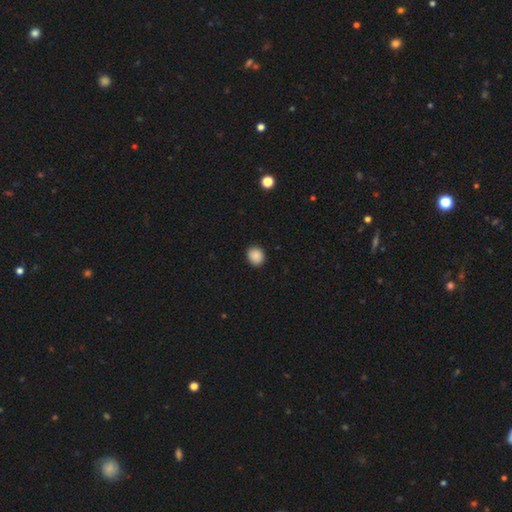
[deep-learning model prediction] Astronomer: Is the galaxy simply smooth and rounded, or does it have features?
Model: smooth — 88%.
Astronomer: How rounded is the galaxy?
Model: round — 78%.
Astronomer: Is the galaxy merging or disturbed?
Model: none — 89%.